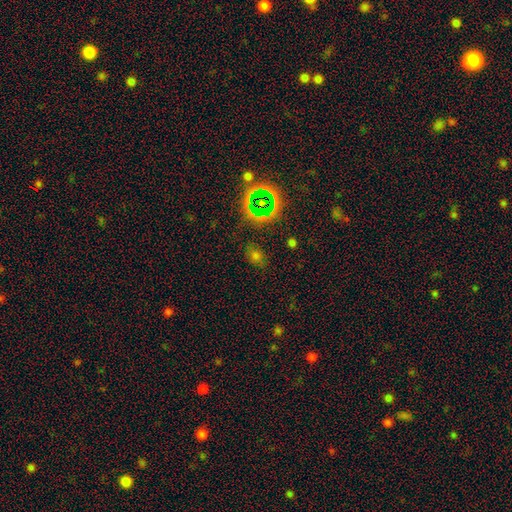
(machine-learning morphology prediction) This is possibly a smooth galaxy (53%). How rounded: possibly in between (53%). Merging: clearly none (80%).